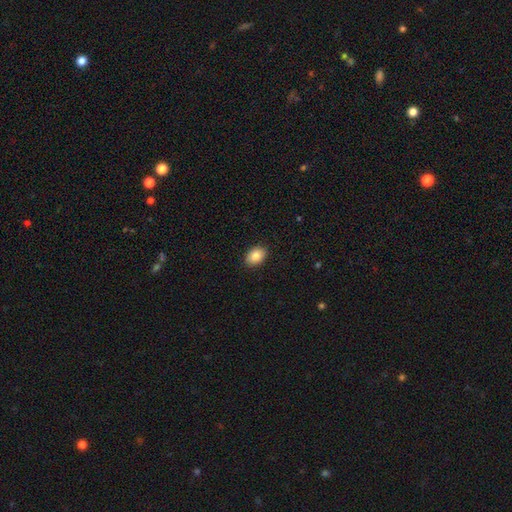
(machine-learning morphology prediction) smooth 88%, star or artifact 8%, featured or disk 5%. Down the decision tree: how rounded — in between (82%); merging — none (90%).